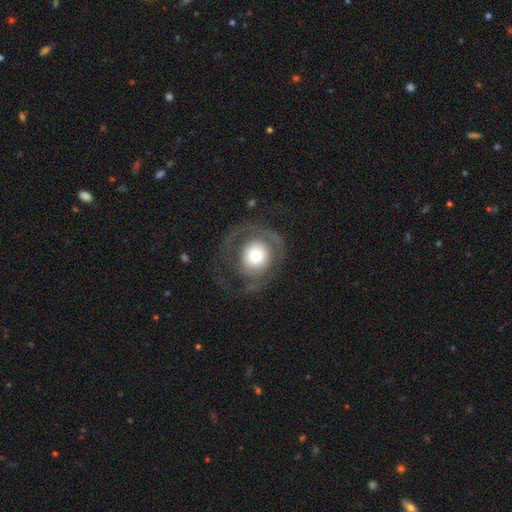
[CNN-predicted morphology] Smooth or featured?
  - featured or disk: 51% *
  - smooth: 42%
  - star or artifact: 7%
Edge-on disk?
  - no: 96% *
  - yes: 4%
Merging?
  - none: 56% *
  - major disturbance: 27%
  - minor disturbance: 15%
  - merger: 2%